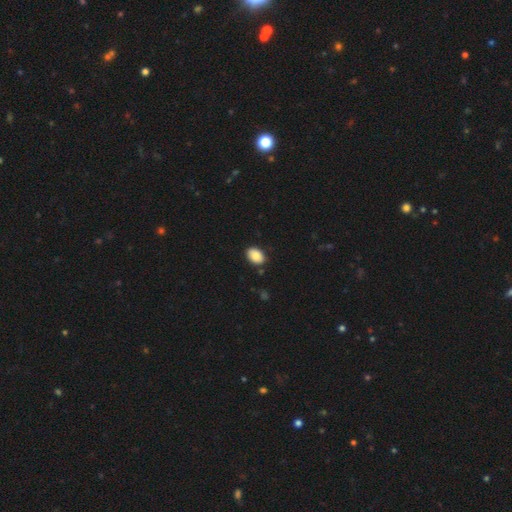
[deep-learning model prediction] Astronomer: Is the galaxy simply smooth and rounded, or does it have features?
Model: smooth — 85%.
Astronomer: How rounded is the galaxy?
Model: in between — 82%.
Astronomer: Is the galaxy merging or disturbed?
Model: none — 86%.